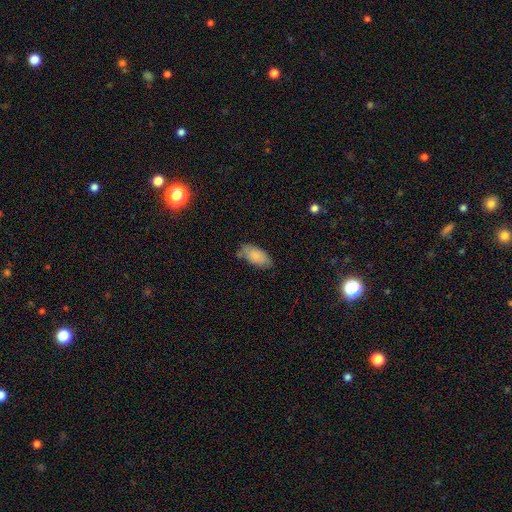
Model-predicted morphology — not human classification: smooth 85%, featured or disk 8%, star or artifact 7%. Down the decision tree: how rounded — in between (93%); merging — none (66%).